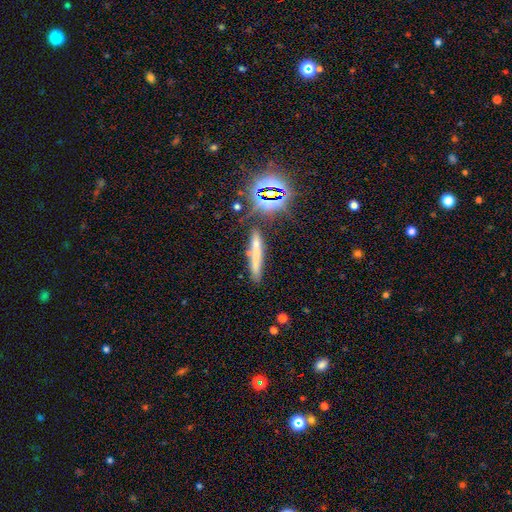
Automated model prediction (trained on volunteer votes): smooth 43%, star or artifact 33%, featured or disk 24%. Down the decision tree: merging — none (77%).